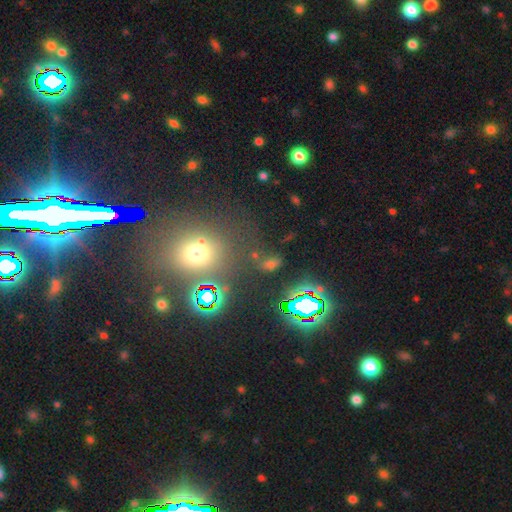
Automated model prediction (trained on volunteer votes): Smooth or featured? star or artifact (50%)